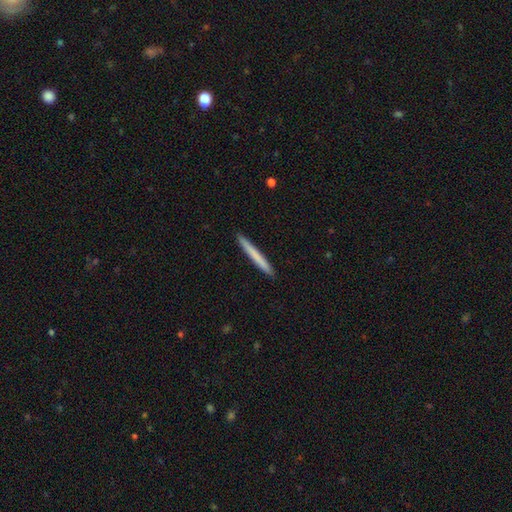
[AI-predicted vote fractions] smooth_or_featured: smooth (p=0.71) [alt: featured or disk p=0.24]
how_rounded: cigar-shaped (p=0.97) [alt: in between p=0.02]
merging: none (p=0.92) [alt: minor disturbance p=0.05]